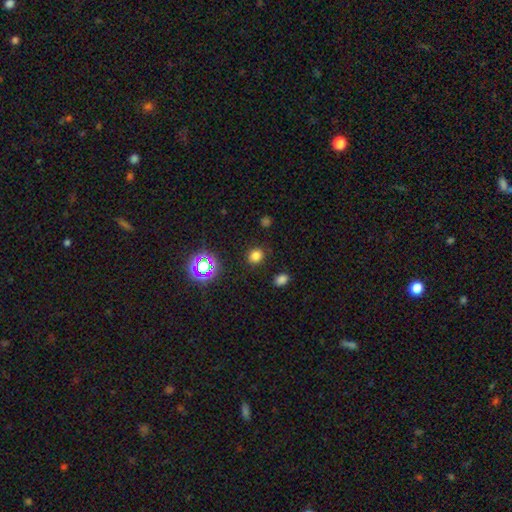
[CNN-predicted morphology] smooth-or-featured: smooth: 75% | star or artifact: 20% | featured or disk: 5%
  how-rounded: round: 72% | in between: 27% | cigar-shaped: 1%
  merging: none: 86% | minor disturbance: 9% | major disturbance: 3% | merger: 2%